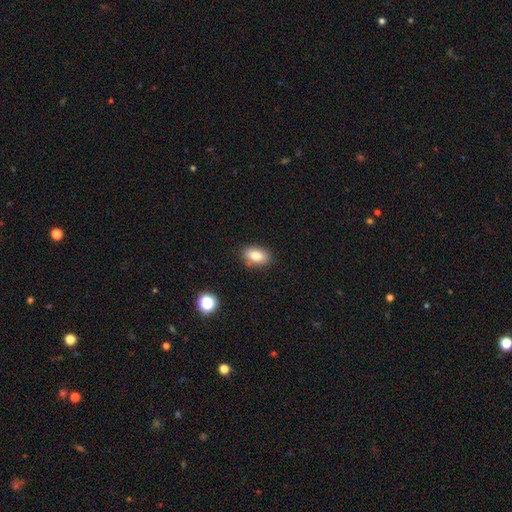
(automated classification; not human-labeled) Overall: smooth (82%). How rounded: in between (87%). Merging: none (85%).